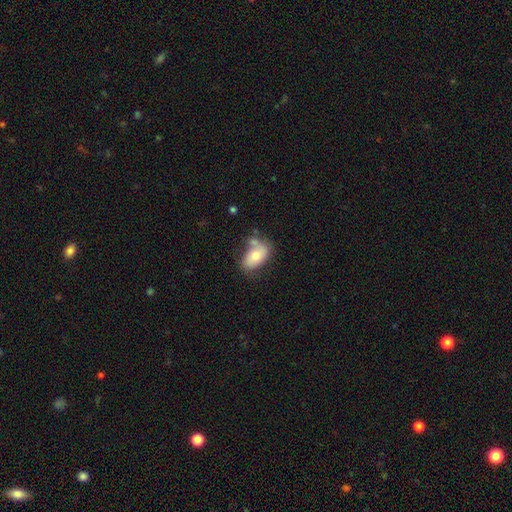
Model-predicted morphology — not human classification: Overall: smooth (68%). How rounded: in between (91%). Merging: none (46%; minor disturbance 24%).